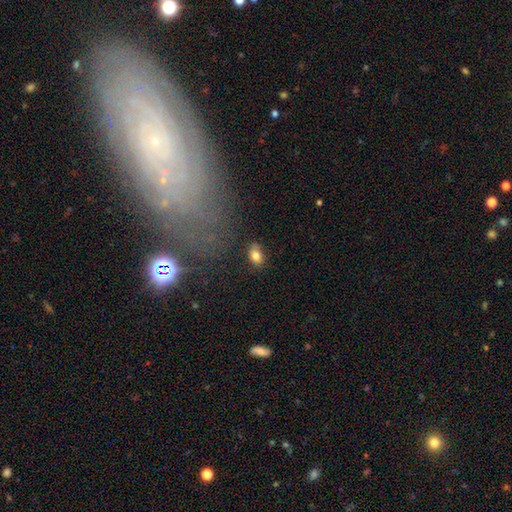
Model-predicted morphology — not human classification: A smooth galaxy with no disk features (81%) that is in between round and cigar-shaped (85%). Merging: none (82%).